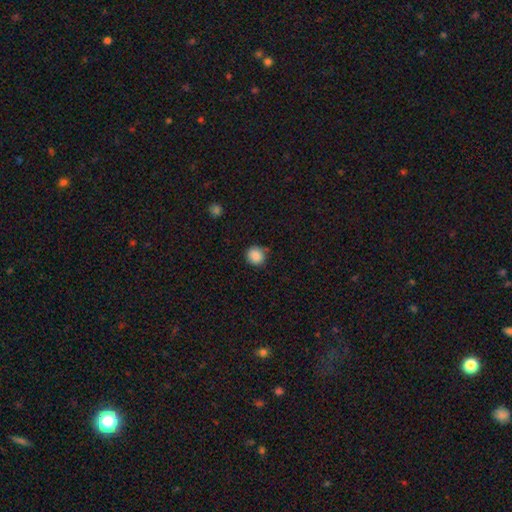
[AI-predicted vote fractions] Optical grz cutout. It shows a smooth galaxy with no disk features (87%) that is round (90%). Merging: none (81%).